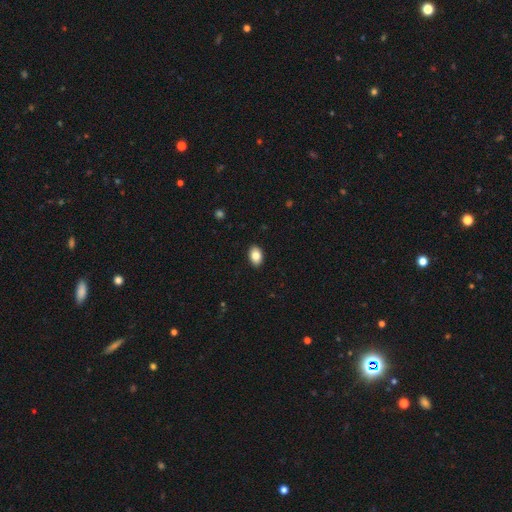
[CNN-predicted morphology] smooth 85%, star or artifact 8%, featured or disk 7%. Down the decision tree: how rounded — in between (87%); merging — none (91%).